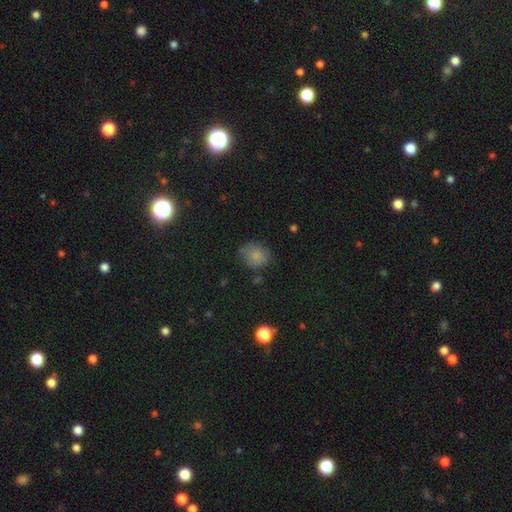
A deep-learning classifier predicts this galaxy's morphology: Overall: smooth (81%). How rounded: round (69%; in between 30%). Merging: none (68%).